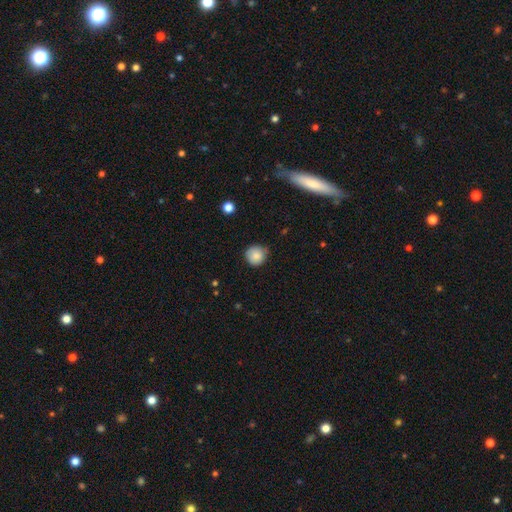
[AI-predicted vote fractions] Smooth or featured? smooth (83%)
How rounded? round (92%)
Merging? none (74%)